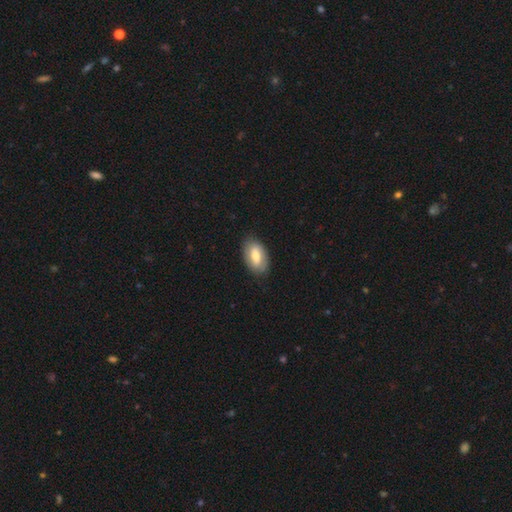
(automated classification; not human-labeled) Smooth or featured? smooth (66%)
How rounded? in between (93%)
Merging? none (83%)